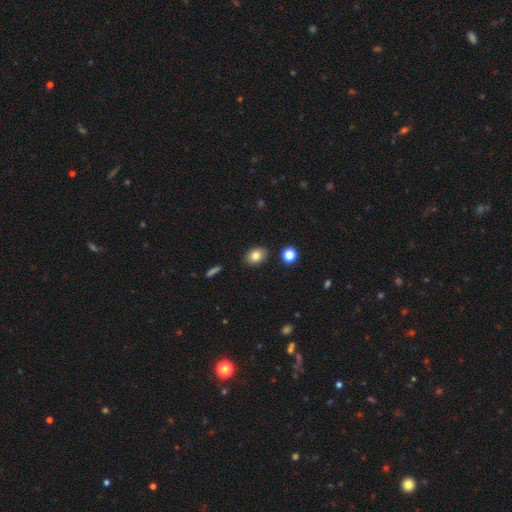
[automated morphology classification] smooth_or_featured: smooth (p=0.82) [alt: star or artifact p=0.10]
how_rounded: in between (p=0.67) [alt: round p=0.32]
merging: none (p=0.87) [alt: minor disturbance p=0.09]